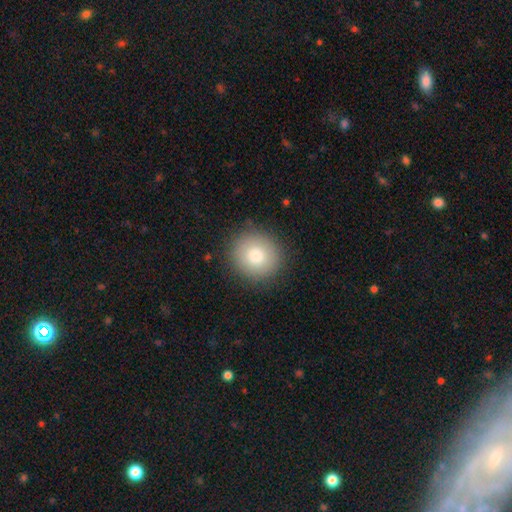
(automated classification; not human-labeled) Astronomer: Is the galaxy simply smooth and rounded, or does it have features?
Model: smooth — 80%.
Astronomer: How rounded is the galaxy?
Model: round — 92%.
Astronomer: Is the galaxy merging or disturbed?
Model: none — 89%.